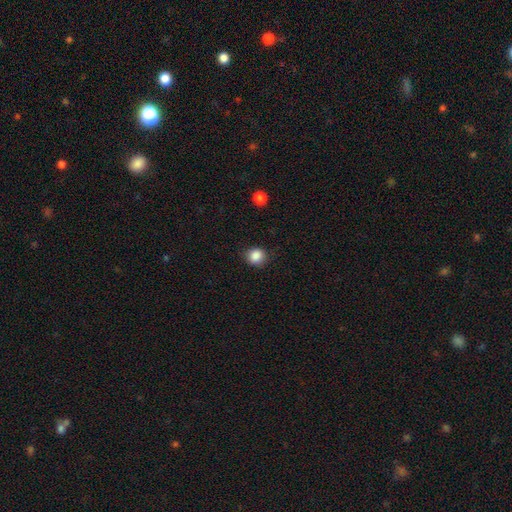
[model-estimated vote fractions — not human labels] A smooth galaxy with no disk features (87%) that is round (82%).

Vote fractions:
- Smooth or featured? smooth: 87% / star or artifact: 10% / featured or disk: 3%
- How rounded? round: 82% / in between: 17% / cigar-shaped: 1%
- Merging? none: 85% / minor disturbance: 11% / major disturbance: 3% / merger: 1%